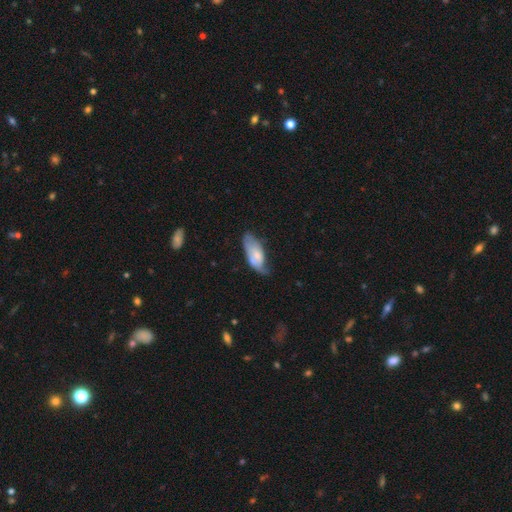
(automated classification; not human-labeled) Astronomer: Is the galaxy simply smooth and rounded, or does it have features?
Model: smooth — 59%.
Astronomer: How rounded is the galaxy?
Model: in between — 84%.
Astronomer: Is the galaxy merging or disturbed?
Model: minor disturbance — 39%, tied with none at 39%.